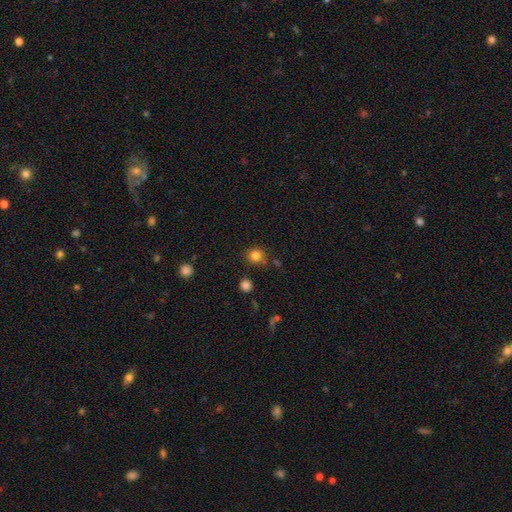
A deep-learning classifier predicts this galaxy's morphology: type=smooth (82%); roundness=round (90%); merging=none (82%).